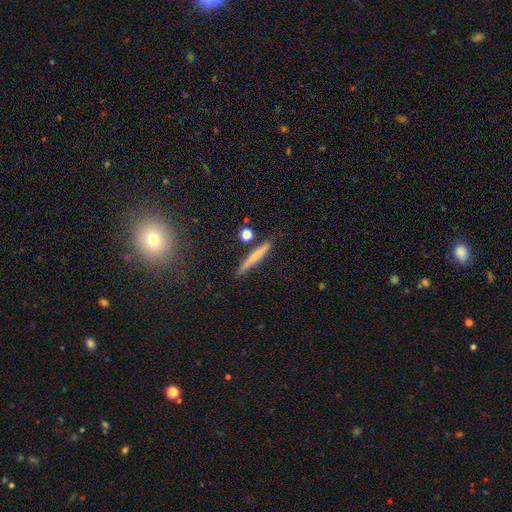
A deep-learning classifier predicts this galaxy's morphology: This appears to be a smooth galaxy with no disk features (61%) that is cigar-shaped (93%). Merging: none (84%).